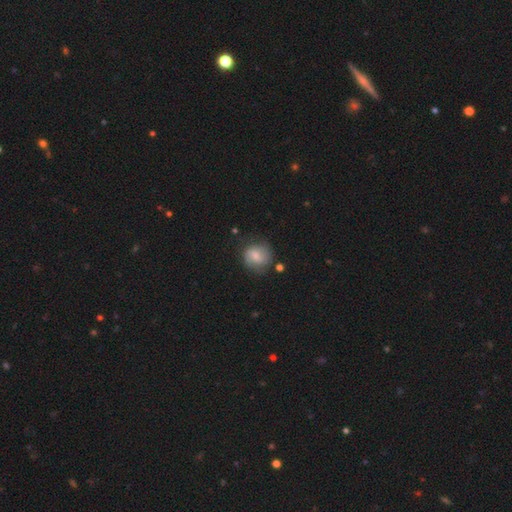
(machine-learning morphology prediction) Overall: smooth (55%; featured or disk 36%). How rounded: round (77%). Merging: none (68%).